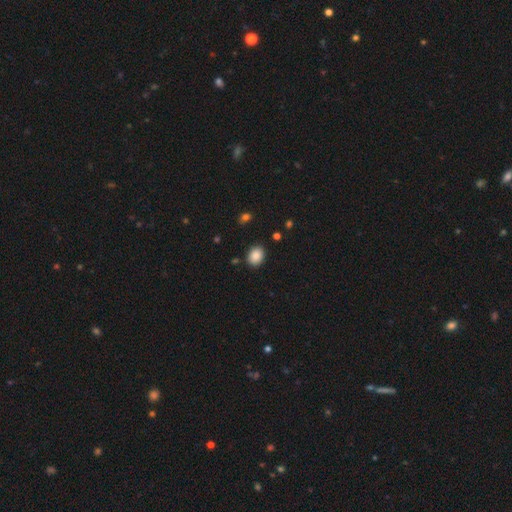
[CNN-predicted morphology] This is clearly a smooth galaxy (87%). How rounded: possibly in between (60%). Merging: clearly none (86%).